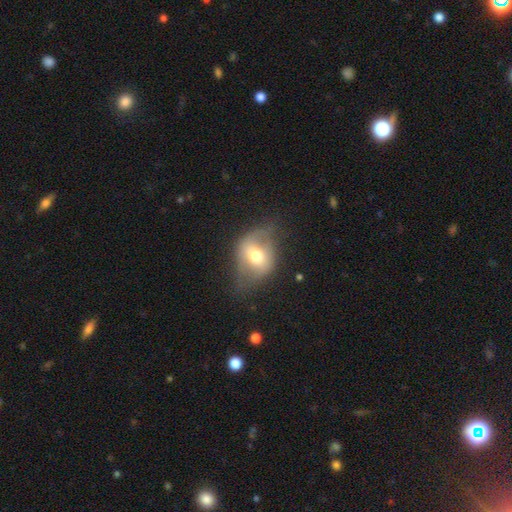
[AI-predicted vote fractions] This is possibly a smooth galaxy (47%). Merging: possibly none (50%).